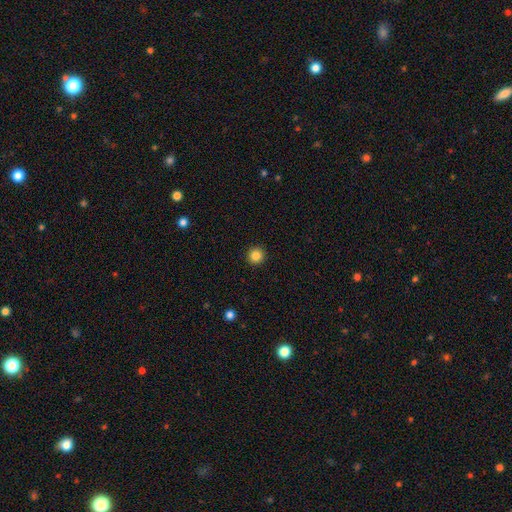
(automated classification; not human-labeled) Smooth or featured? smooth (85%)
How rounded? round (95%)
Merging? none (93%)